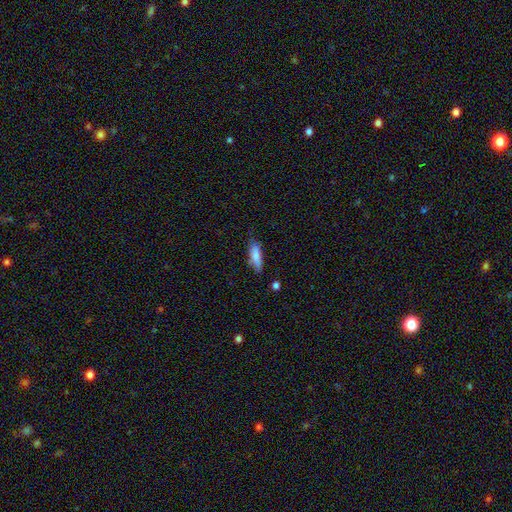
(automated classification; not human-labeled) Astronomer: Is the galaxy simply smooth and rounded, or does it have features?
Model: smooth — 79%.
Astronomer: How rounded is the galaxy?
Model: cigar-shaped — 54% (runner-up: in between, 45%).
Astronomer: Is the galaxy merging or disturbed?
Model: none — 70%.